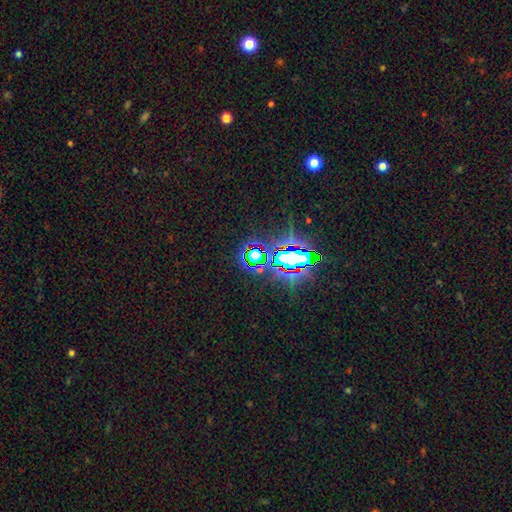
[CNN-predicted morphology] A star or artifact, not a galaxy (75%).

Vote fractions:
- Smooth or featured? star or artifact: 75% / smooth: 14% / featured or disk: 11%